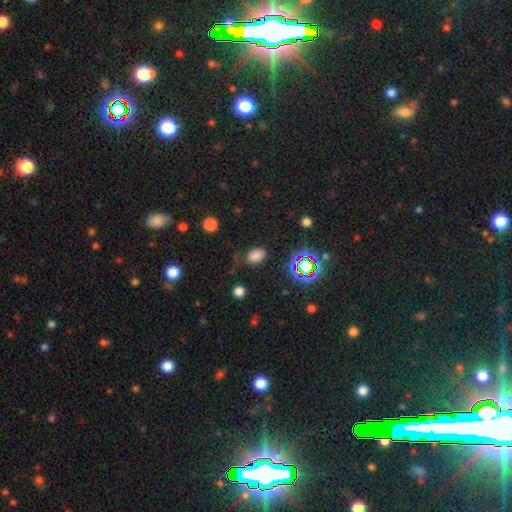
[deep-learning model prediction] Smooth or featured?
  - smooth: 73% *
  - star or artifact: 20%
  - featured or disk: 6%
How rounded?
  - in between: 83% *
  - round: 15%
  - cigar-shaped: 1%
Merging?
  - none: 74% *
  - minor disturbance: 17%
  - major disturbance: 7%
  - merger: 2%